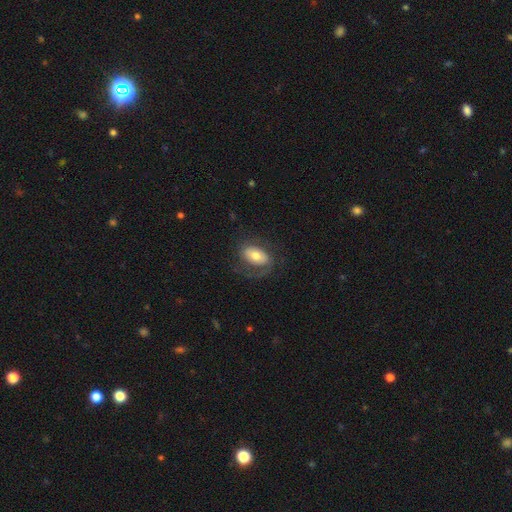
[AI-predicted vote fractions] A smooth galaxy with no disk features (51%) that is in between round and cigar-shaped (89%).

Vote fractions:
- Smooth or featured? smooth: 51% / featured or disk: 42% / star or artifact: 7%
- How rounded? in between: 89% / round: 9% / cigar-shaped: 2%
- Merging? none: 61% / minor disturbance: 19% / major disturbance: 19% / merger: 1%